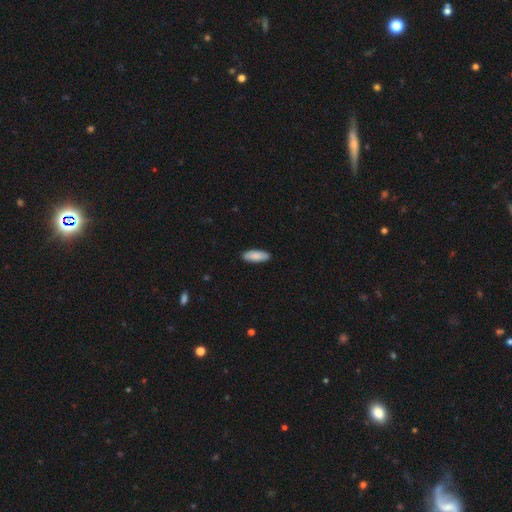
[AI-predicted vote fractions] Morphology: type=smooth (88%); roundness=in between (71%); merging=none (91%).